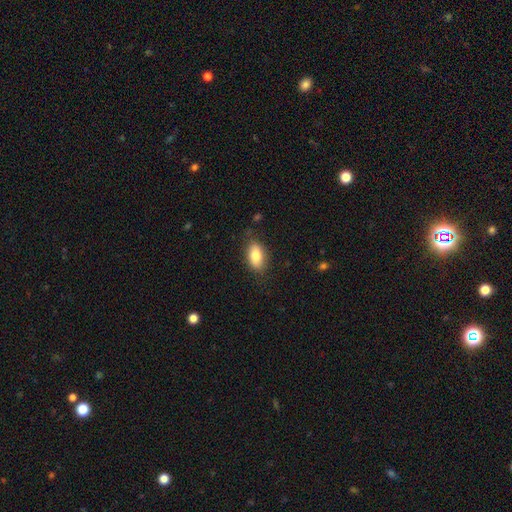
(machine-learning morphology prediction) Q: Smooth or featured?
A: smooth (80%); runner-up: featured or disk (12%)
Q: How rounded?
A: in between (89%); runner-up: round (6%)
Q: Merging?
A: none (80%); runner-up: minor disturbance (16%)